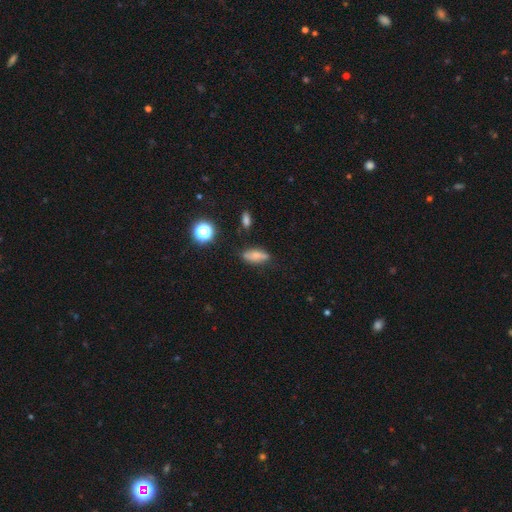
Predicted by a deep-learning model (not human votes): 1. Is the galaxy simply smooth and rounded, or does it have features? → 67% smooth, 21% featured or disk, 12% star or artifact.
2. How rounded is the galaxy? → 66% in between, 28% cigar-shaped, 6% round.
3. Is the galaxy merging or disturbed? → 68% none, 22% minor disturbance, 5% major disturbance, 5% merger.